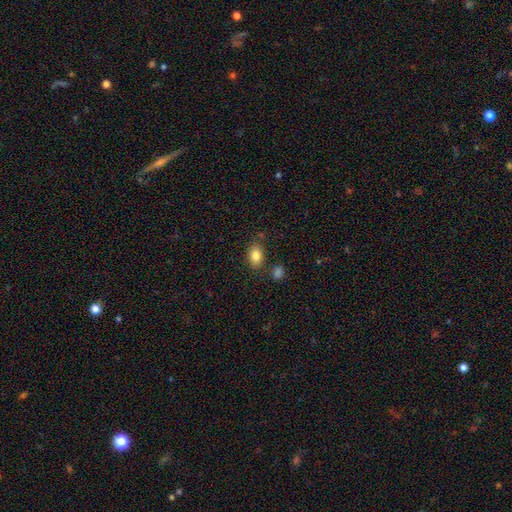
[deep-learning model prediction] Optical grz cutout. It shows a smooth galaxy with no disk features (84%) that is in between round and cigar-shaped (85%). Merging: none (77%).